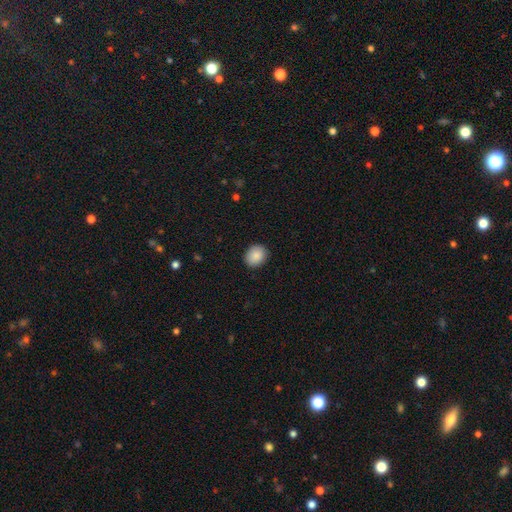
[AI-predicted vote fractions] Overall: smooth (89%). How rounded: round (59%; in between 40%). Merging: none (89%).